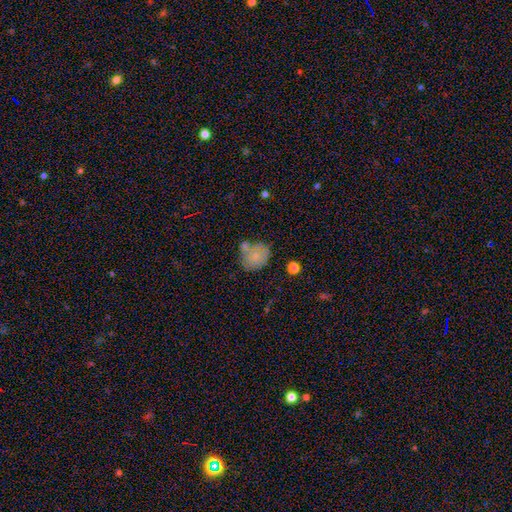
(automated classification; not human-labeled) Smooth or featured?
  - smooth: 71% *
  - featured or disk: 19%
  - star or artifact: 9%
How rounded?
  - round: 73% *
  - in between: 26%
  - cigar-shaped: 1%
Merging?
  - none: 51% *
  - minor disturbance: 22%
  - merger: 19%
  - major disturbance: 8%